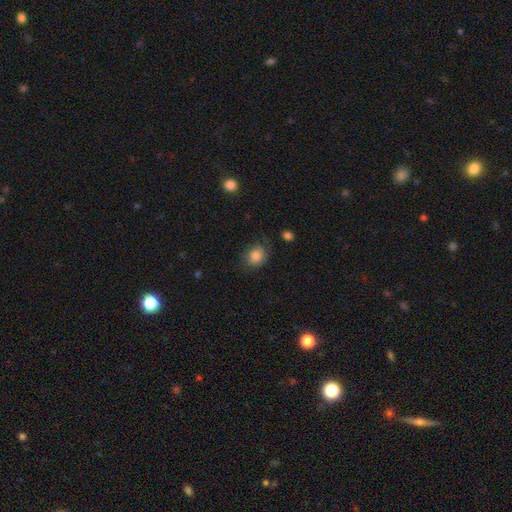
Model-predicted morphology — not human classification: smooth 83%, star or artifact 9%, featured or disk 8%. Down the decision tree: how rounded — round (61%); merging — none (69%).